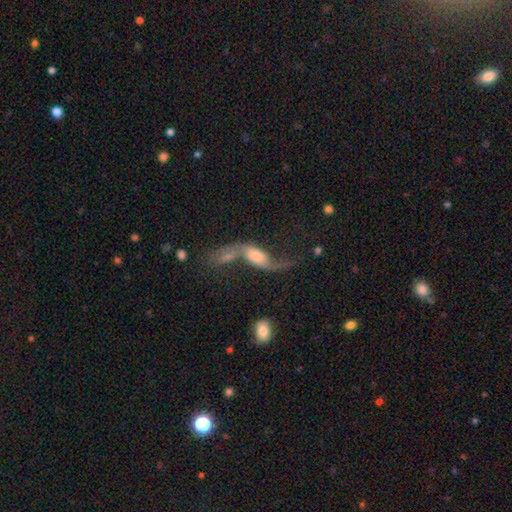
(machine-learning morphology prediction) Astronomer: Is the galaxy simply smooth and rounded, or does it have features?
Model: featured or disk — 78%.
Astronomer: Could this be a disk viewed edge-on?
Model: no — 90%.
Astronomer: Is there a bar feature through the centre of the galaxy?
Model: no — 49% (runner-up: weak, 36%).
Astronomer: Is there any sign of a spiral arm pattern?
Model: yes — 90%.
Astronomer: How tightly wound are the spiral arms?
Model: loose — 92%.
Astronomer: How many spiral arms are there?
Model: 2 — 88%.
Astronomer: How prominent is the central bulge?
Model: moderate — 36% (runner-up: small, 29%).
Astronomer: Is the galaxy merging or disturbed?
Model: none — 34% (runner-up: merger, 33%).